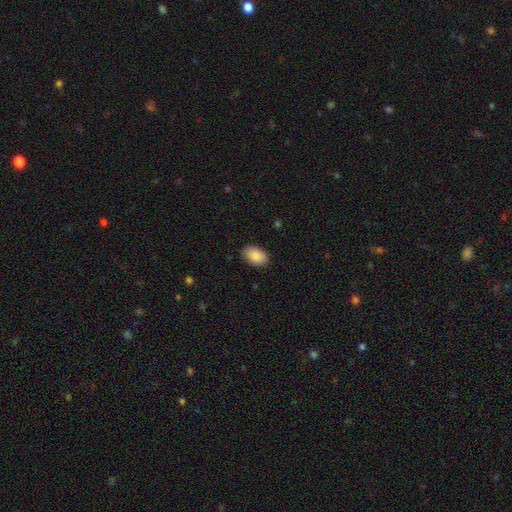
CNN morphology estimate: Smooth or featured?
  - smooth: 89% *
  - star or artifact: 6%
  - featured or disk: 4%
How rounded?
  - in between: 90% *
  - round: 9%
  - cigar-shaped: 1%
Merging?
  - none: 85% *
  - minor disturbance: 12%
  - major disturbance: 2%
  - merger: 1%